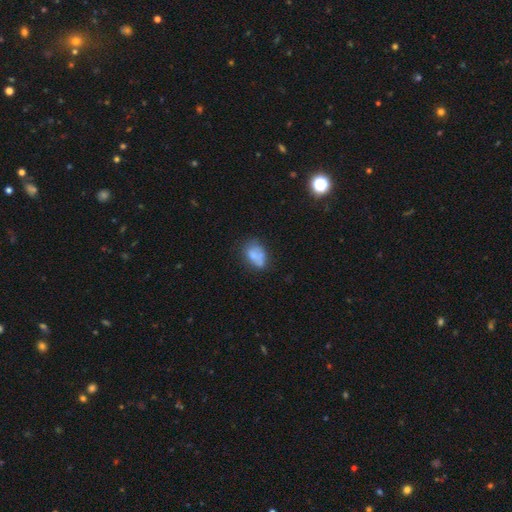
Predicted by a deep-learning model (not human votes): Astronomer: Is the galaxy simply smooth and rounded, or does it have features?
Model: smooth — 68%.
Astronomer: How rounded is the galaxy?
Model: in between — 83%.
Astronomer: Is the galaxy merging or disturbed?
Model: none — 47% (runner-up: minor disturbance, 27%).